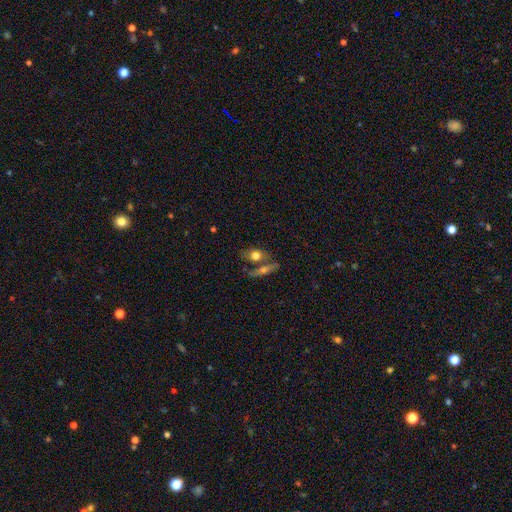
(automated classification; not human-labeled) Q: Smooth or featured?
A: smooth (66%); runner-up: featured or disk (25%)
Q: How rounded?
A: in between (59%); runner-up: round (31%)
Q: Merging?
A: none (49%); runner-up: merger (35%)